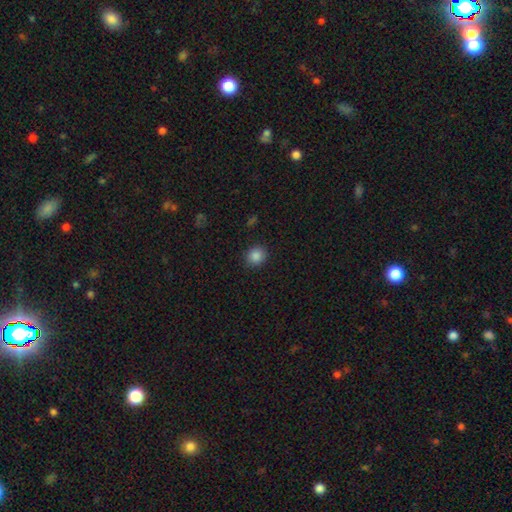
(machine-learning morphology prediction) smooth_or_featured: smooth (p=0.86) [alt: star or artifact p=0.10]
how_rounded: round (p=0.80) [alt: in between p=0.19]
merging: none (p=0.90) [alt: minor disturbance p=0.07]